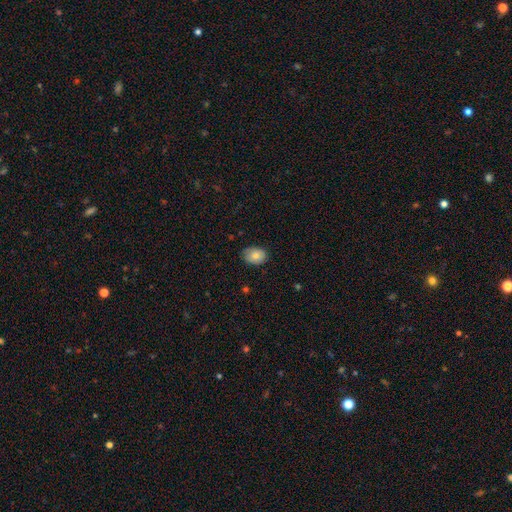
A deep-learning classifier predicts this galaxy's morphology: Smooth or featured? smooth (79%)
How rounded? in between (67%)
Merging? none (76%)